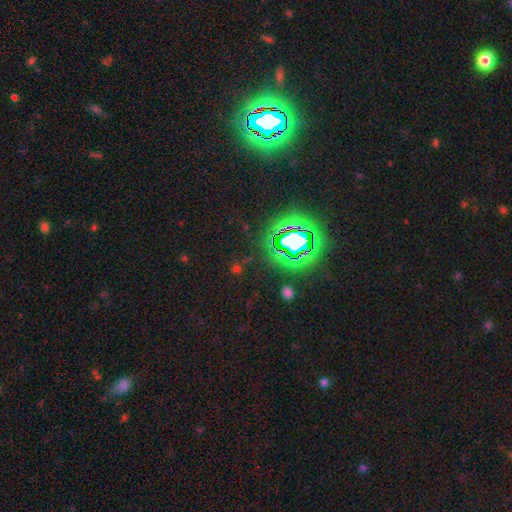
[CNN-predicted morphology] Smooth or featured?
  - star or artifact: 81% *
  - smooth: 12%
  - featured or disk: 7%